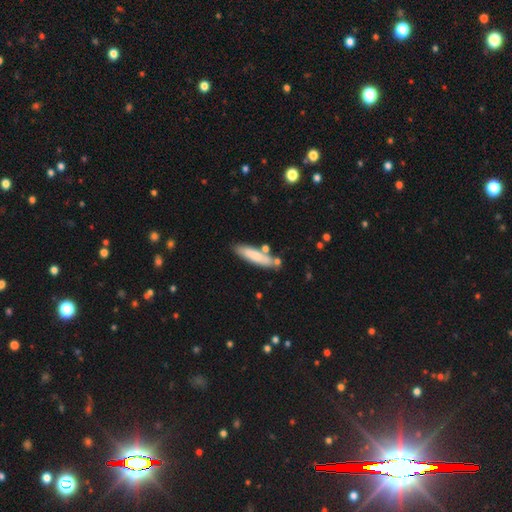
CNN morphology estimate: smooth-or-featured: smooth: 74% | featured or disk: 20% | star or artifact: 6%
  how-rounded: cigar-shaped: 71% | in between: 28% | round: 2%
  merging: none: 72% | minor disturbance: 15% | merger: 10% | major disturbance: 3%